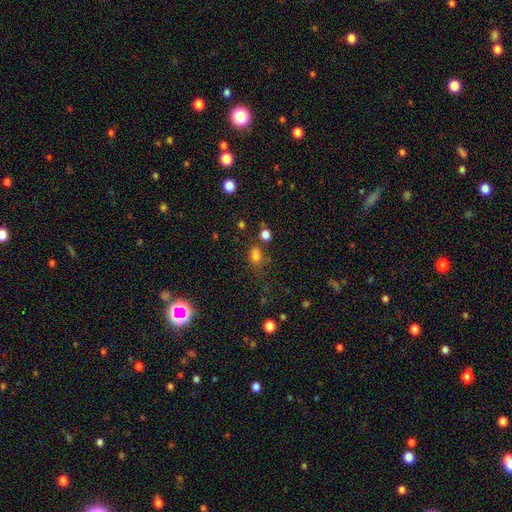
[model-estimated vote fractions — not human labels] A smooth galaxy with no disk features (73%) that is in between round and cigar-shaped (52%). Merging: none (58%).